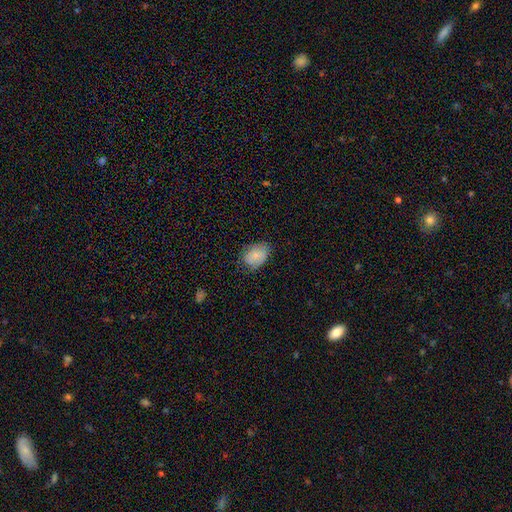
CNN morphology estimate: smooth 77%, featured or disk 16%, star or artifact 8%. Down the decision tree: how rounded — in between (77%); merging — none (72%).